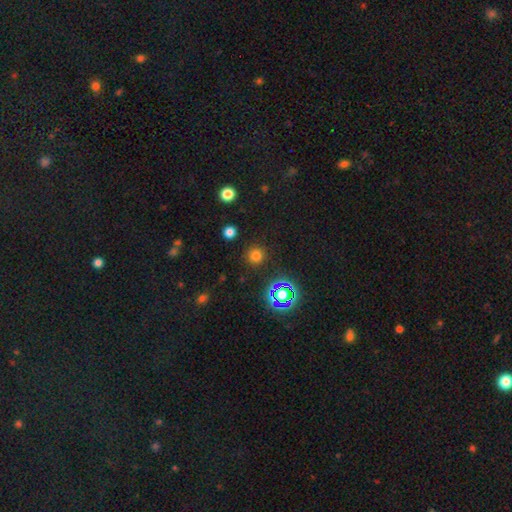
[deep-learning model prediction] smooth 72%, star or artifact 22%, featured or disk 6%. Down the decision tree: how rounded — round (94%); merging — none (89%).